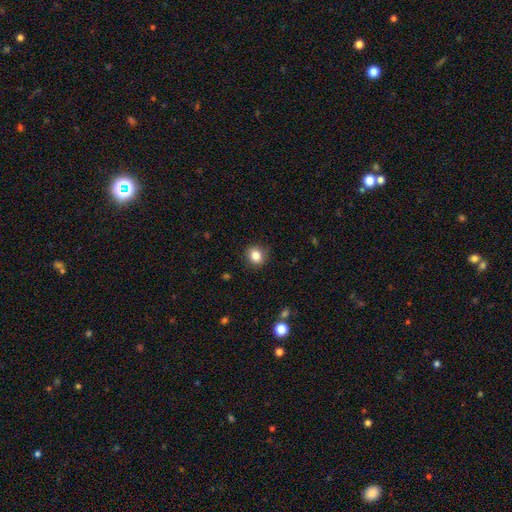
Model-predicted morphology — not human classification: type=smooth (83%); roundness=round (68%); merging=none (85%).